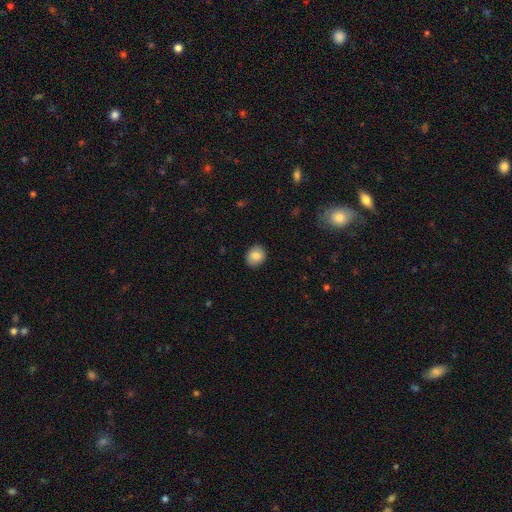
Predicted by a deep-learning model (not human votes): A smooth galaxy with no disk features (86%) that is round (58%).

Vote fractions:
- Smooth or featured? smooth: 86% / star or artifact: 8% / featured or disk: 6%
- How rounded? round: 58% / in between: 41% / cigar-shaped: 1%
- Merging? none: 88% / minor disturbance: 9% / major disturbance: 2% / merger: 1%